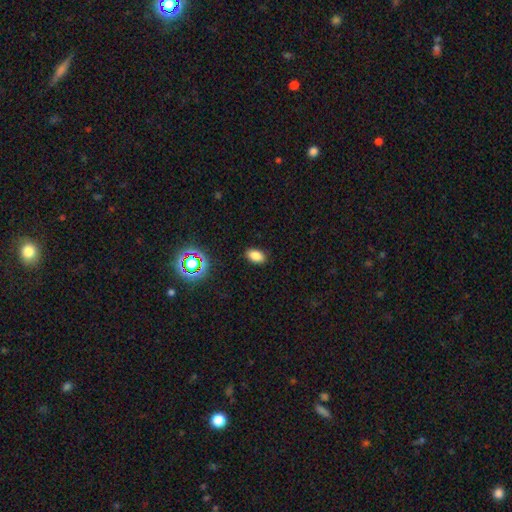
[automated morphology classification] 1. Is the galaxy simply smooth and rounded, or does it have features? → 81% smooth, 14% star or artifact, 6% featured or disk.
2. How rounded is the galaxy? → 90% in between, 8% round, 2% cigar-shaped.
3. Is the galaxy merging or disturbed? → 88% none, 9% minor disturbance, 2% major disturbance, 1% merger.